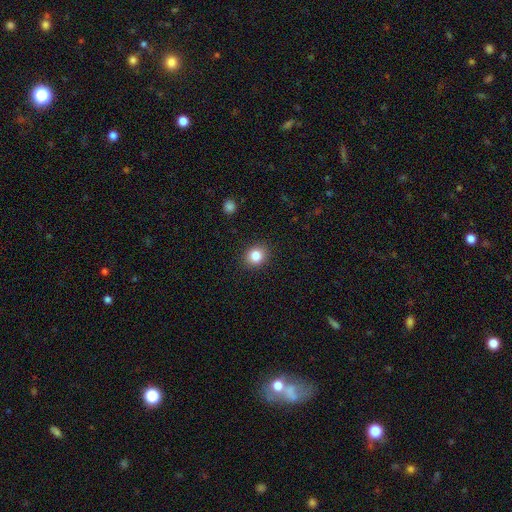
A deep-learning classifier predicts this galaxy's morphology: The model was most divided on "how rounded": round: 72%, in between: 28%, cigar-shaped: 1%. More confident: merging — none (90%); smooth or featured — smooth (84%).